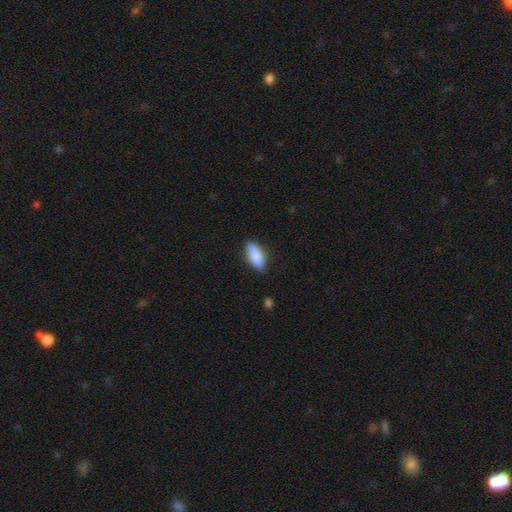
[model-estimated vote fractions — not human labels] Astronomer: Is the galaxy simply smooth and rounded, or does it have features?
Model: smooth — 83%.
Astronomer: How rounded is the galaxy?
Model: in between — 74%.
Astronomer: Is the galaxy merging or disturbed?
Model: none — 82%.